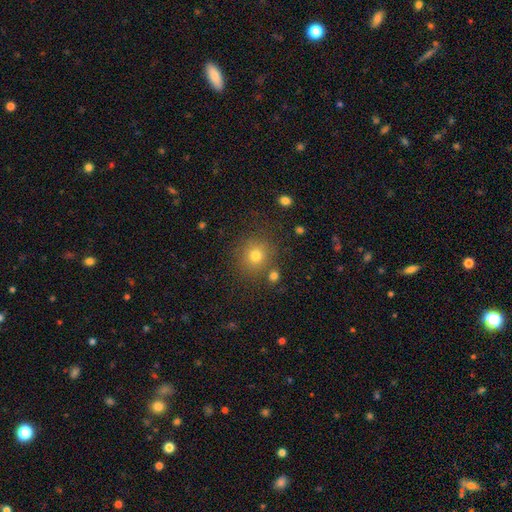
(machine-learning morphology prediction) smooth 76%, star or artifact 15%, featured or disk 9%. Down the decision tree: how rounded — round (89%); merging — none (79%).